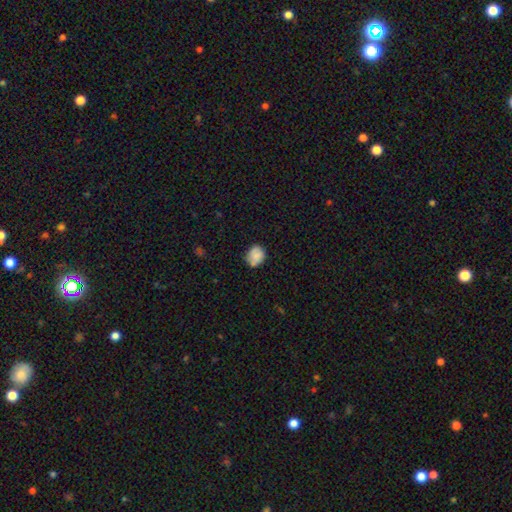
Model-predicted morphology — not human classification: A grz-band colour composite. It shows a smooth galaxy with no disk features (79%) that is round (59%). Merging: none (65%).